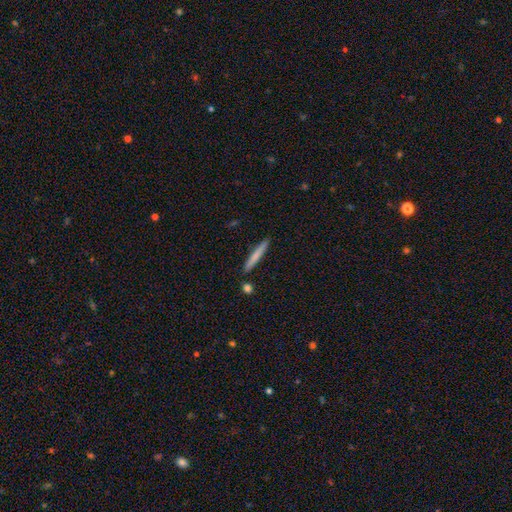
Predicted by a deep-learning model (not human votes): smooth 73%, featured or disk 21%, star or artifact 6%. Down the decision tree: how rounded — cigar-shaped (96%); merging — none (87%).